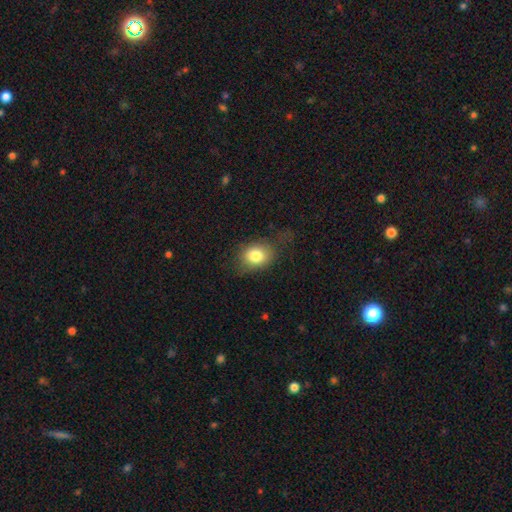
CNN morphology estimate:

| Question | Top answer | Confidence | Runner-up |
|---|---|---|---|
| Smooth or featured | smooth | 81% | featured or disk (10%) |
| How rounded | in between | 57% | round (42%) |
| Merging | none | 63% | minor disturbance (23%) |